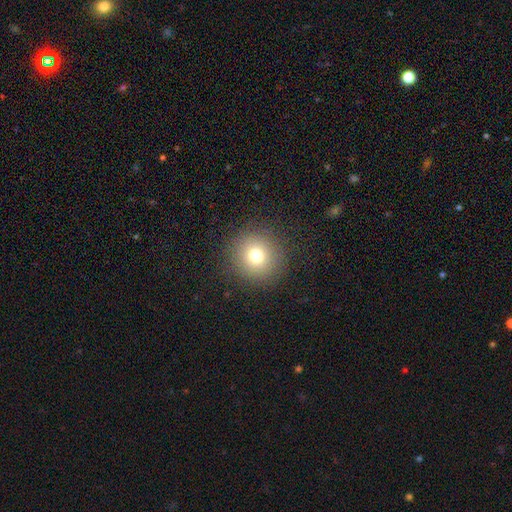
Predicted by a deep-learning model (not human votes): Smooth or featured? Predicted: smooth (p=0.74). How rounded? Predicted: round (p=0.94). Merging? Predicted: none (p=0.90).